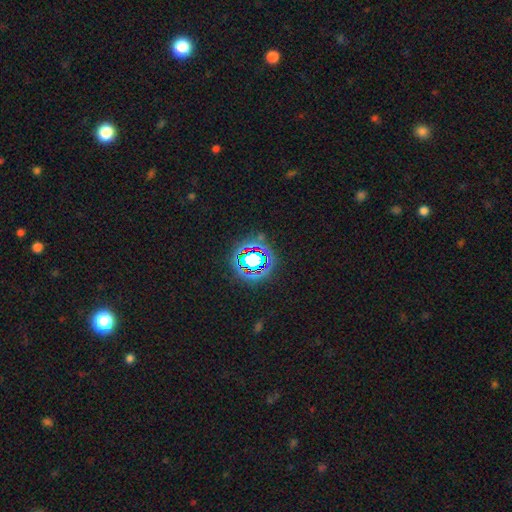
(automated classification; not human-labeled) smooth-or-featured: star or artifact: 71% | smooth: 18% | featured or disk: 11%